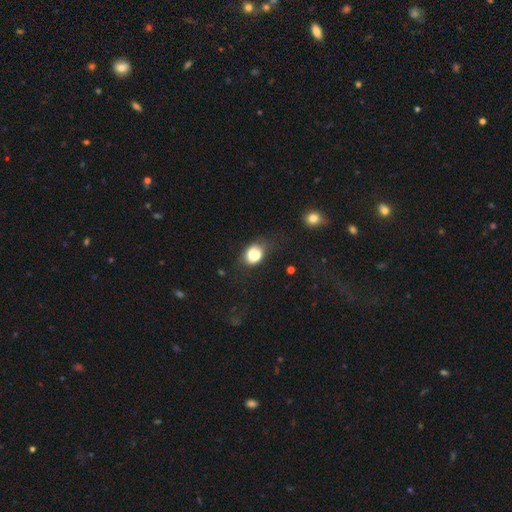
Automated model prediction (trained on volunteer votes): smooth_or_featured: smooth (p=0.69) [alt: featured or disk p=0.18]
how_rounded: in between (p=0.57) [alt: round p=0.41]
merging: none (p=0.37) [alt: merger p=0.32]